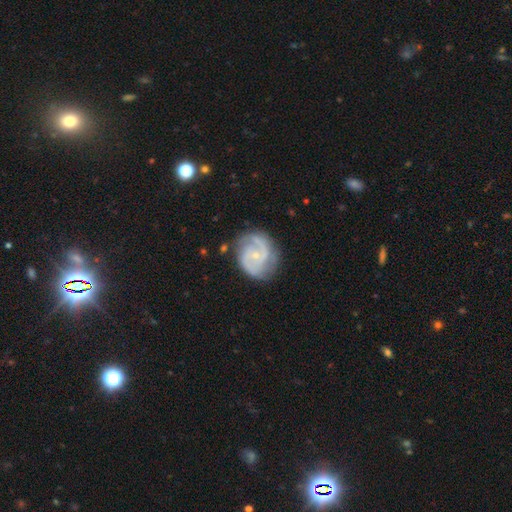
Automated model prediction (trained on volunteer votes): smooth_or_featured: featured or disk (p=0.85) [alt: smooth p=0.10]
disk_edge_on: no (p=0.98) [alt: yes p=0.02]
bar: no (p=0.61) [alt: weak p=0.33]
has_spiral_arms: yes (p=0.96) [alt: no p=0.04]
spiral_winding: medium (p=0.50) [alt: tight p=0.37]
spiral_arm_count: 2 (p=0.72) [alt: 3 p=0.11]
bulge_size: small (p=0.75) [alt: moderate p=0.20]
merging: none (p=0.73) [alt: minor disturbance p=0.18]